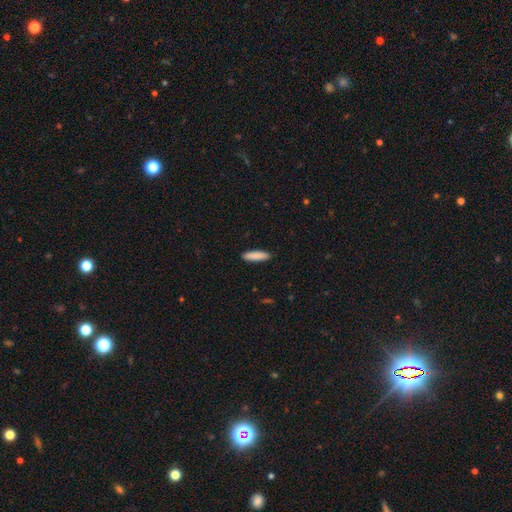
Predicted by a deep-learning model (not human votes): This appears to be a smooth galaxy with no disk features (88%) that is cigar-shaped (74%). Merging: none (90%).